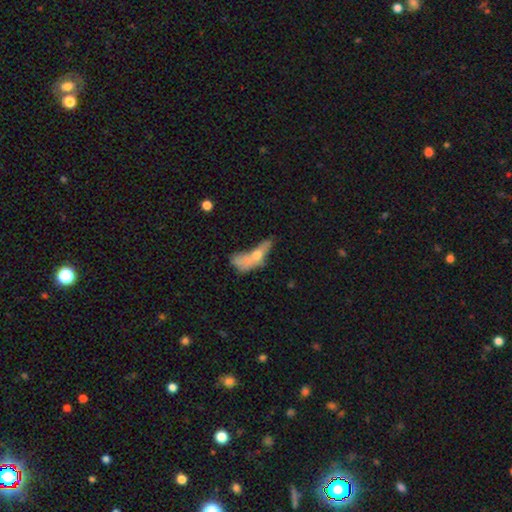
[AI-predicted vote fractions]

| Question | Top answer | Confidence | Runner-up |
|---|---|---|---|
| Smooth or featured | smooth | 49% | featured or disk (38%) |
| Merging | merger | 38% | major disturbance (29%) |